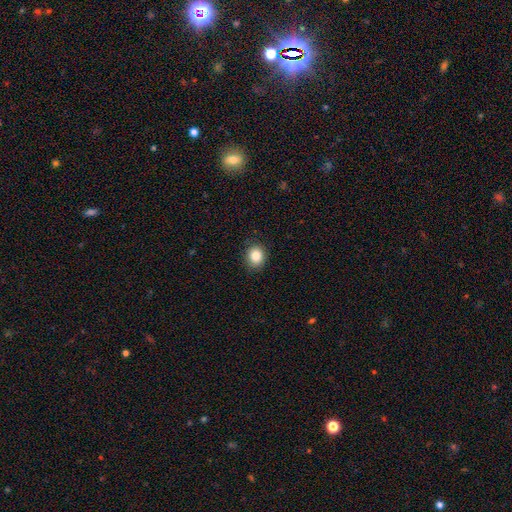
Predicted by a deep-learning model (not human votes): This appears to be a smooth galaxy with no disk features (85%) that is round (67%). Merging: none (87%).